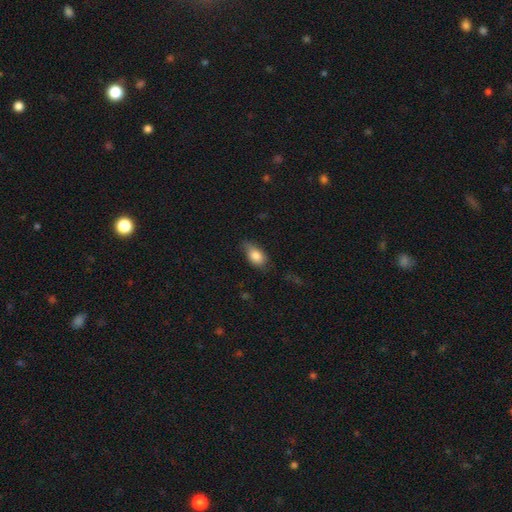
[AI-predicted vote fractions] Smooth or featured: smooth — 83% (featured or disk — 10%)
How rounded: in between — 89% (round — 7%)
Merging: none — 64% (minor disturbance — 28%)